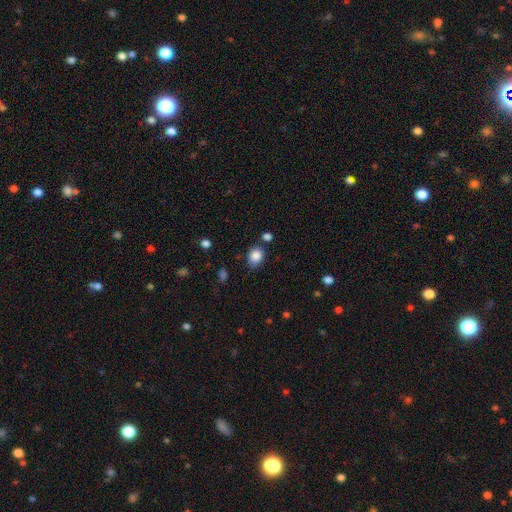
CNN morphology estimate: smooth 86%, star or artifact 9%, featured or disk 4%. Down the decision tree: how rounded — in between (52%); merging — none (74%).